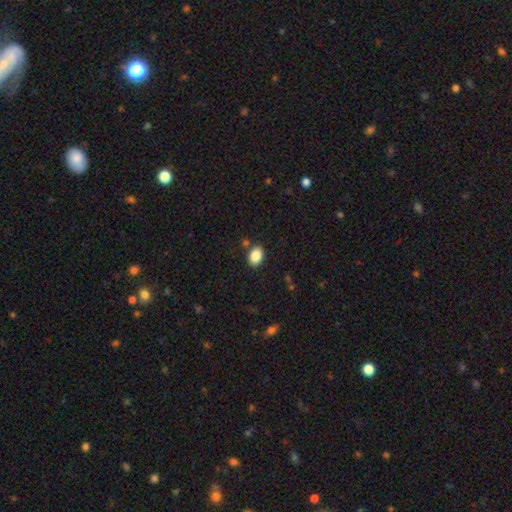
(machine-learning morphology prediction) smooth 87%, star or artifact 8%, featured or disk 5%. Down the decision tree: how rounded — in between (76%); merging — none (83%).